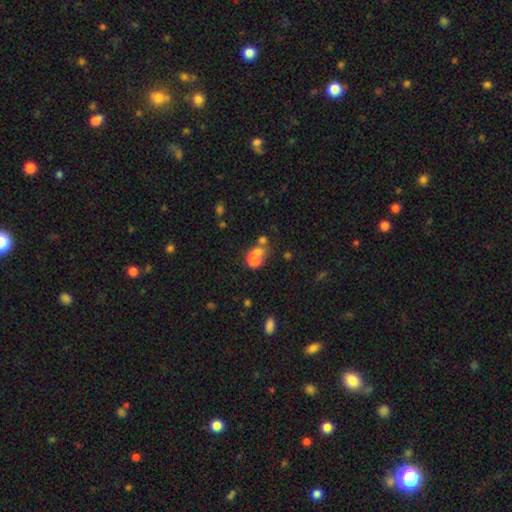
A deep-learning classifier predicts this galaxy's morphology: smooth-or-featured: smooth: 70% | featured or disk: 15% | star or artifact: 15%
  how-rounded: round: 72% | in between: 26% | cigar-shaped: 1%
  merging: merger: 49% | none: 35% | minor disturbance: 10% | major disturbance: 7%